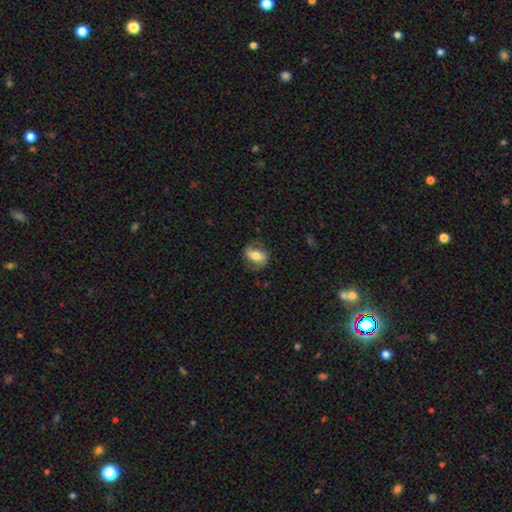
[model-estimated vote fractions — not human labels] A featured or disk galaxy (48%). Merging: none (72%).